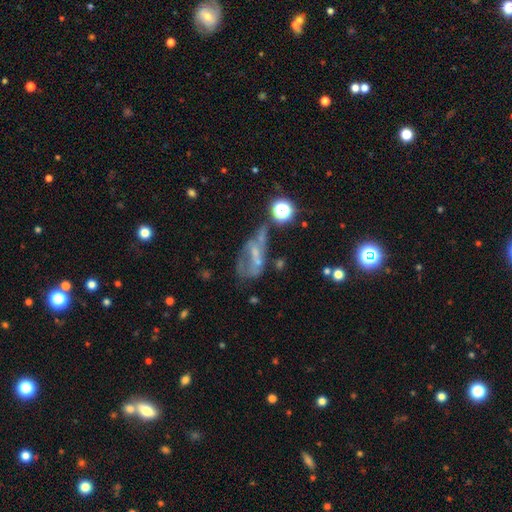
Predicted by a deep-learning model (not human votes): A featured or disk galaxy (54%).

Vote fractions:
- Smooth or featured? featured or disk: 54% / smooth: 24% / star or artifact: 21%
- Edge-on disk? no: 91% / yes: 9%
- Merging? major disturbance: 38% / none: 26% / merger: 19% / minor disturbance: 18%